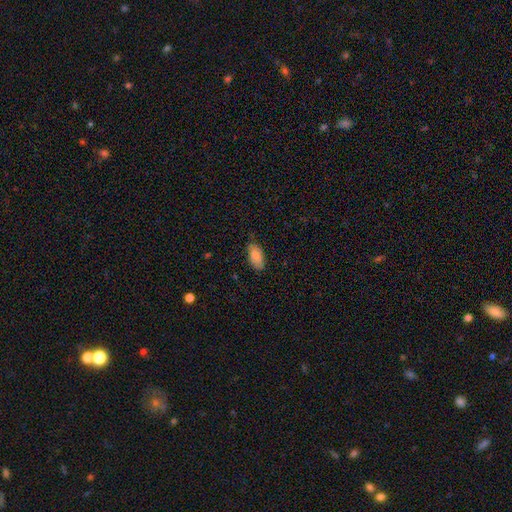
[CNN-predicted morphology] Smooth or featured? Predicted: smooth (p=0.84). How rounded? Predicted: in between (p=0.93). Merging? Predicted: none (p=0.78).